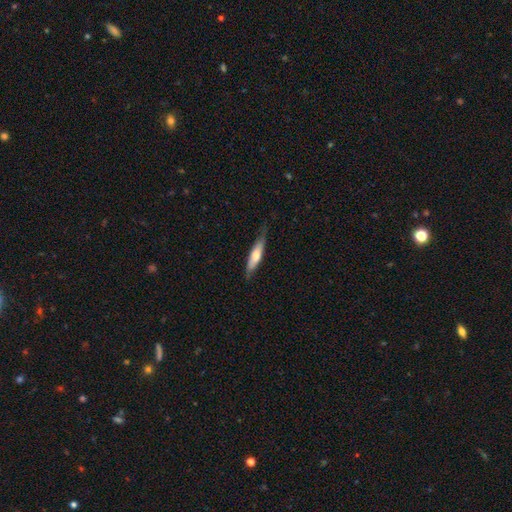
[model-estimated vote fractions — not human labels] Smooth or featured: smooth — 64% (featured or disk — 31%)
How rounded: cigar-shaped — 76% (in between — 22%)
Merging: none — 69% (minor disturbance — 25%)